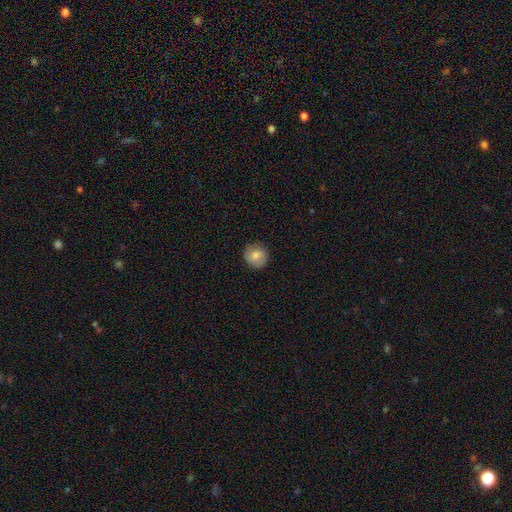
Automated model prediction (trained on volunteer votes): A smooth galaxy with no disk features (75%) that is round (88%).

Vote fractions:
- Smooth or featured? smooth: 75% / featured or disk: 17% / star or artifact: 8%
- How rounded? round: 88% / in between: 11% / cigar-shaped: 1%
- Merging? none: 85% / minor disturbance: 11% / major disturbance: 3% / merger: 1%